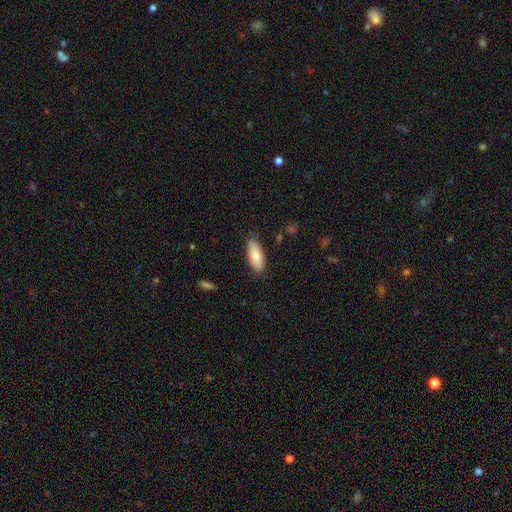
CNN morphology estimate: Smooth or featured? Predicted: smooth (p=0.80). How rounded? Predicted: in between (p=0.80). Merging? Predicted: none (p=0.86).